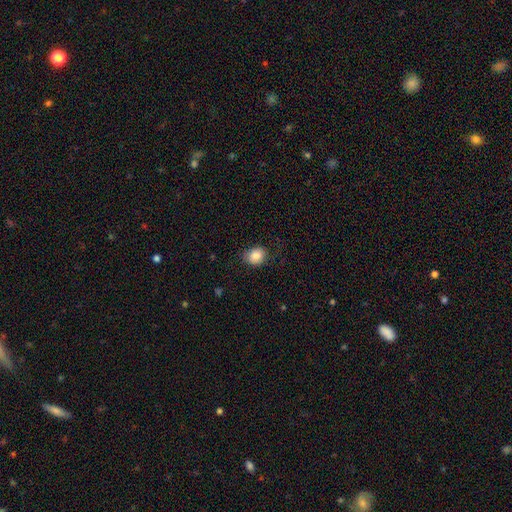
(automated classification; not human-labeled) Smooth or featured: smooth — 84% (star or artifact — 8%)
How rounded: round — 54% (in between — 45%)
Merging: none — 75% (minor disturbance — 18%)